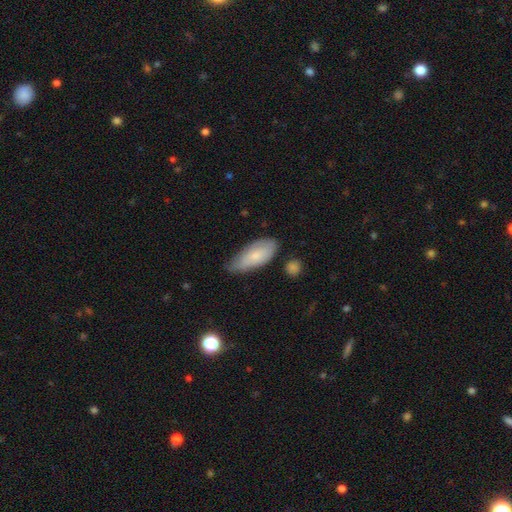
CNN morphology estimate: type=smooth (70%); roundness=in between (83%); merging=none (52%).